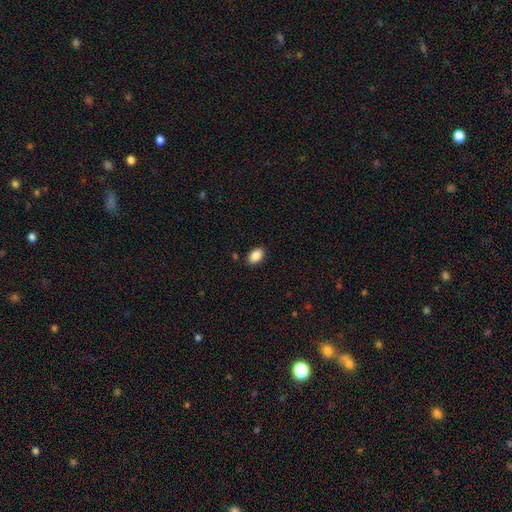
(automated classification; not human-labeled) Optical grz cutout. It shows a smooth galaxy with no disk features (89%) that is in between round and cigar-shaped (89%). Merging: none (88%).